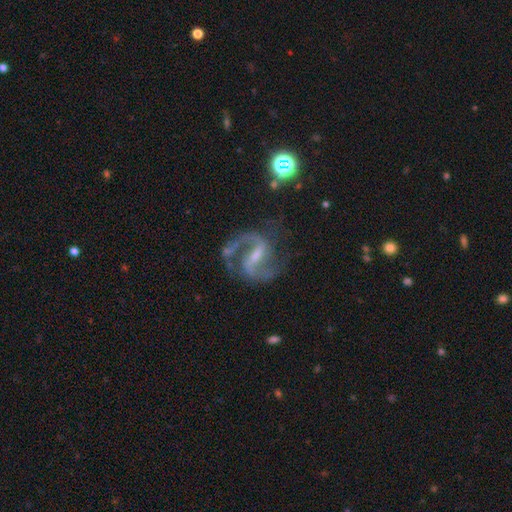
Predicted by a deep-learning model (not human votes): This is clearly a featured or disk galaxy (91%). It is clearly not viewed edge-on (98%). Bar: possibly strong (46%). Spiral arm pattern: clearly yes (98%). Spiral arm count: clearly 2 (92%). Spiral winding: likely medium (63%). Central bulge: possibly small (55%). Merging: likely none (71%).